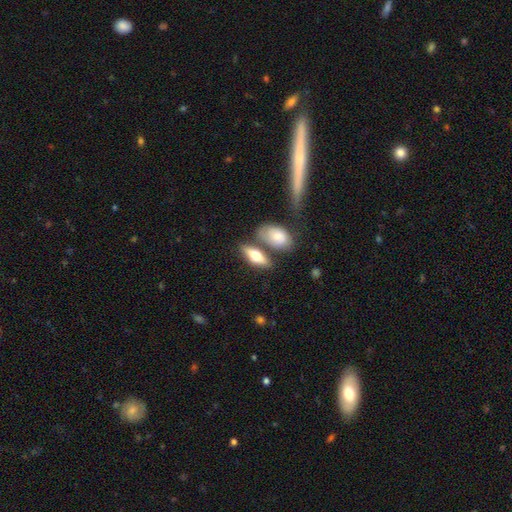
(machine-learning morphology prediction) A smooth galaxy with no disk features (66%) that is in between round and cigar-shaped (73%).

Vote fractions:
- Smooth or featured? smooth: 66% / featured or disk: 28% / star or artifact: 6%
- How rounded? in between: 73% / cigar-shaped: 22% / round: 4%
- Merging? none: 55% / merger: 27% / minor disturbance: 13% / major disturbance: 5%